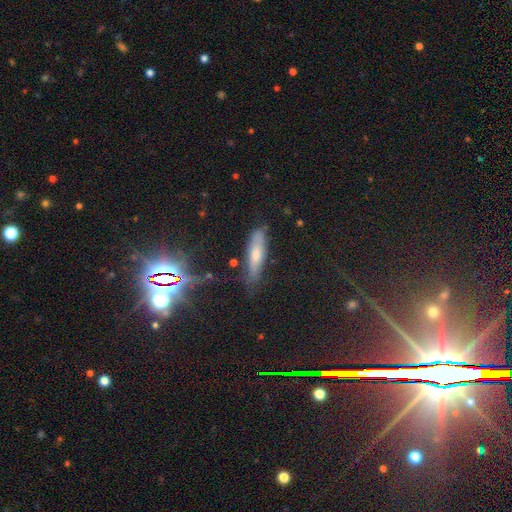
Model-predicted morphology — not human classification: smooth 36%, star or artifact 32%, featured or disk 32%. Down the decision tree: merging — none (80%).